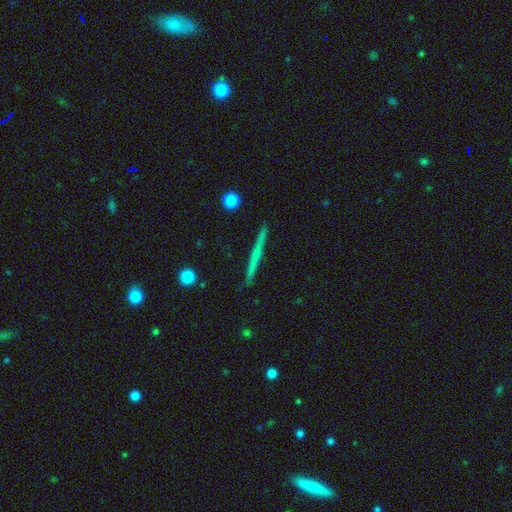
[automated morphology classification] The model was most divided on "smooth or featured": featured or disk: 53%, smooth: 41%, star or artifact: 6%. More confident: edge-on disk — yes (97%); merging — none (91%); edge-on bulge — none (84%).